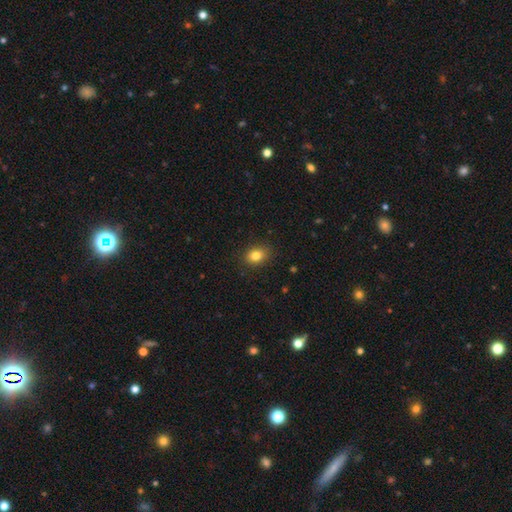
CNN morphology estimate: This is clearly a smooth galaxy (82%). How rounded: possibly in between (58%). Merging: clearly none (87%).